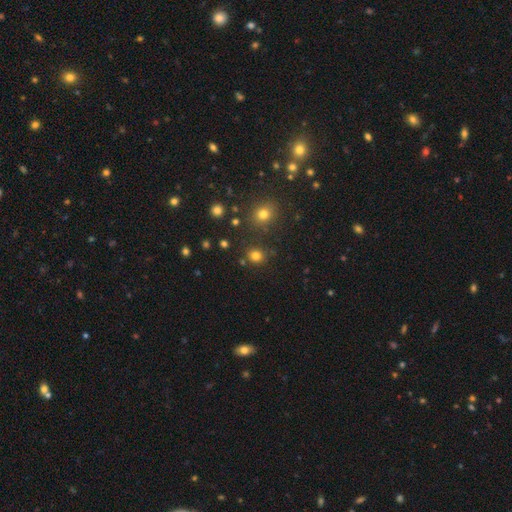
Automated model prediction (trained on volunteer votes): A smooth galaxy with no disk features (78%) that is round (83%). Merging: none (82%).